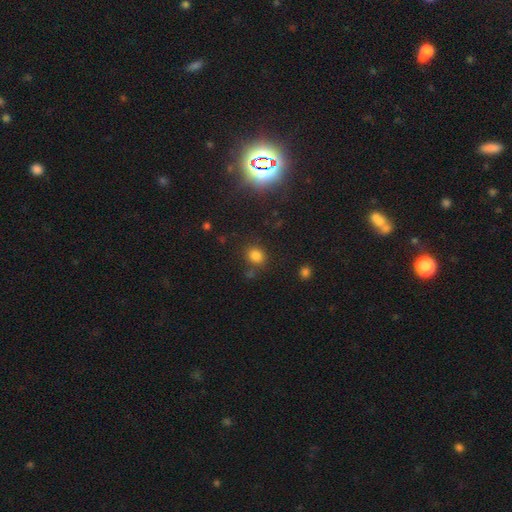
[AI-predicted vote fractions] Q: Smooth or featured?
A: smooth (78%); runner-up: star or artifact (16%)
Q: How rounded?
A: round (70%); runner-up: in between (29%)
Q: Merging?
A: none (77%); runner-up: minor disturbance (12%)